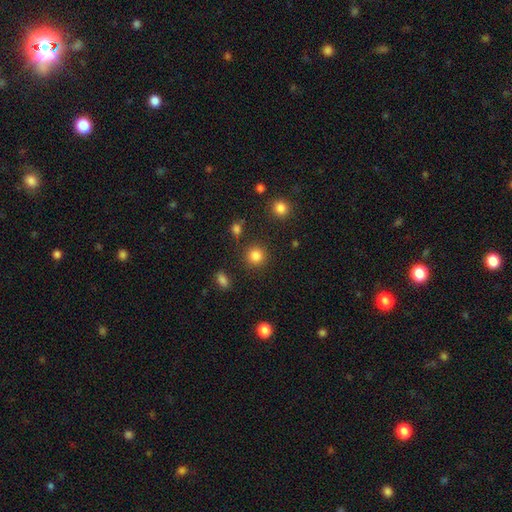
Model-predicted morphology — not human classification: A smooth galaxy with no disk features (84%) that is round (92%).

Vote fractions:
- Smooth or featured? smooth: 84% / star or artifact: 12% / featured or disk: 4%
- How rounded? round: 92% / in between: 7% / cigar-shaped: 1%
- Merging? none: 87% / minor disturbance: 7% / merger: 3% / major disturbance: 3%